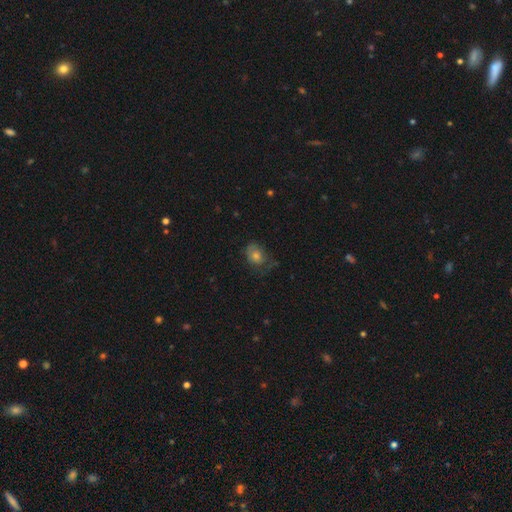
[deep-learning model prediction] Smooth or featured? smooth (56%)
How rounded? in between (53%)
Merging? none (53%)